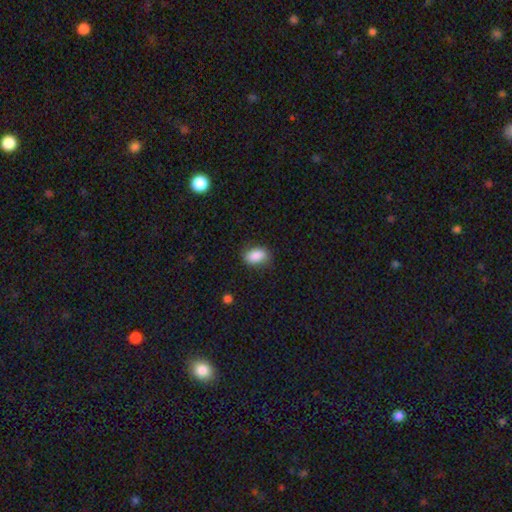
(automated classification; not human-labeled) Morphology: type=smooth (88%); roundness=in between (87%); merging=none (80%).